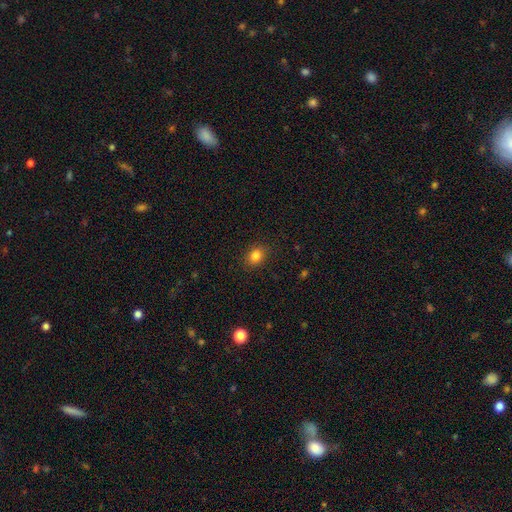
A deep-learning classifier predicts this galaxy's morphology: Smooth or featured? smooth (83%)
How rounded? round (54%)
Merging? none (88%)